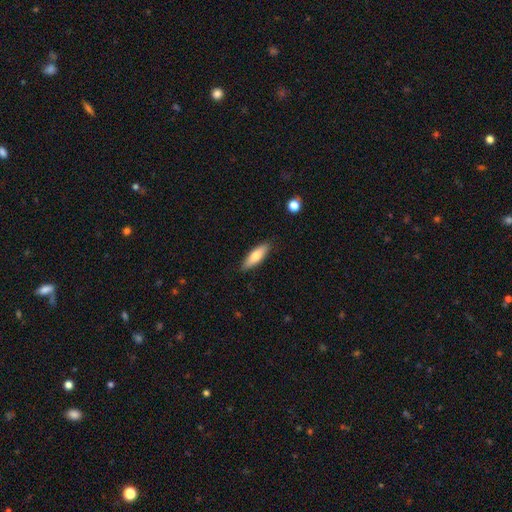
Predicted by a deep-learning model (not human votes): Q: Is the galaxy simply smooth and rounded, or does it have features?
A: smooth — 73%.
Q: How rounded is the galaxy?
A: cigar-shaped — 52%.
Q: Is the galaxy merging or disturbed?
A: none — 86%.